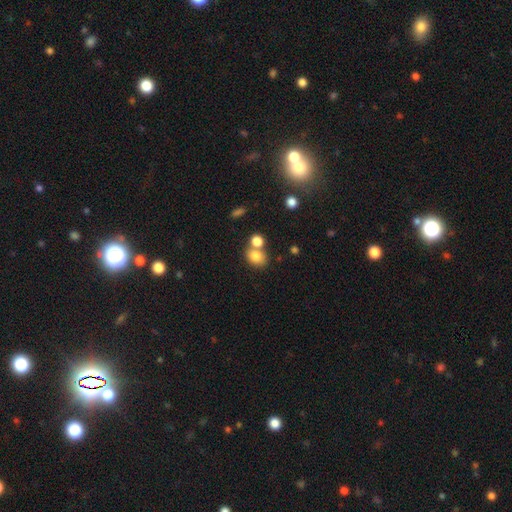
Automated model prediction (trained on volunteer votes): Smooth or featured: smooth — 81% (star or artifact — 11%)
How rounded: in between — 53% (round — 46%)
Merging: none — 52% (merger — 34%)